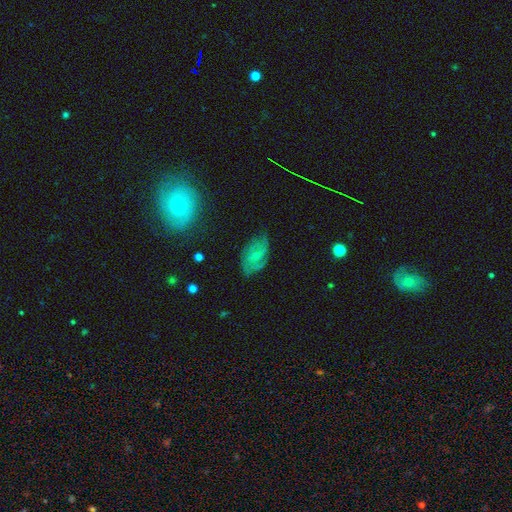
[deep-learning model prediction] This appears to be a featured or disk galaxy (60%) with no bar (63%), spiral arms (82%) and a small central bulge (72%). Merging: none (63%).